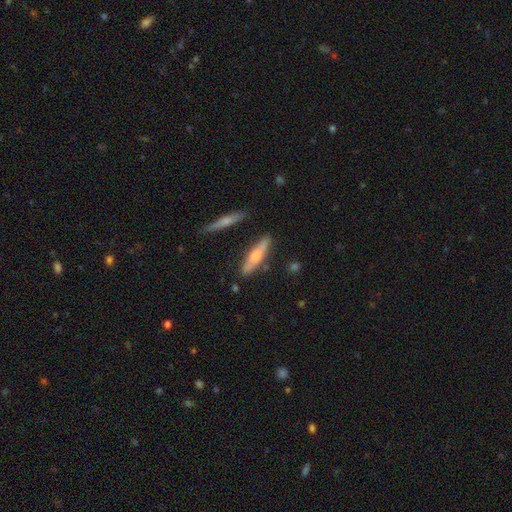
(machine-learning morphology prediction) Smooth or featured? Predicted: smooth (p=0.53). How rounded? Predicted: cigar-shaped (p=0.78). Merging? Predicted: none (p=0.81).